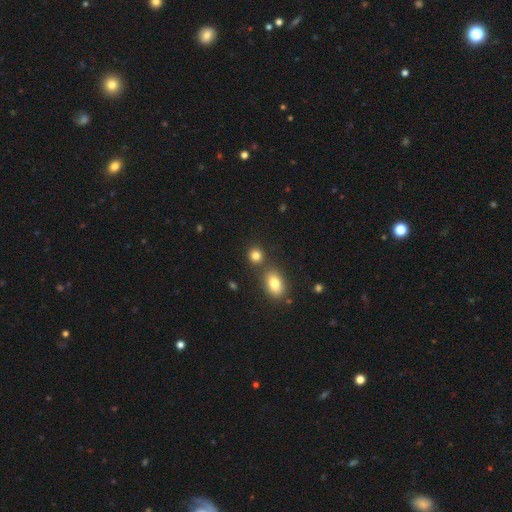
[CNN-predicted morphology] smooth-or-featured: smooth: 82% | star or artifact: 12% | featured or disk: 6%
  how-rounded: round: 79% | in between: 20% | cigar-shaped: 1%
  merging: none: 74% | merger: 15% | minor disturbance: 8% | major disturbance: 3%